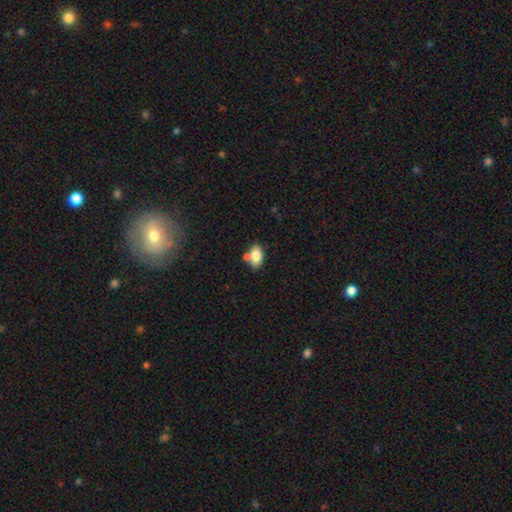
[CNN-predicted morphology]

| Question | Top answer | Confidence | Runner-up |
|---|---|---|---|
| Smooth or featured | smooth | 80% | featured or disk (13%) |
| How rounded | in between | 90% | round (7%) |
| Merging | none | 57% | merger (25%) |